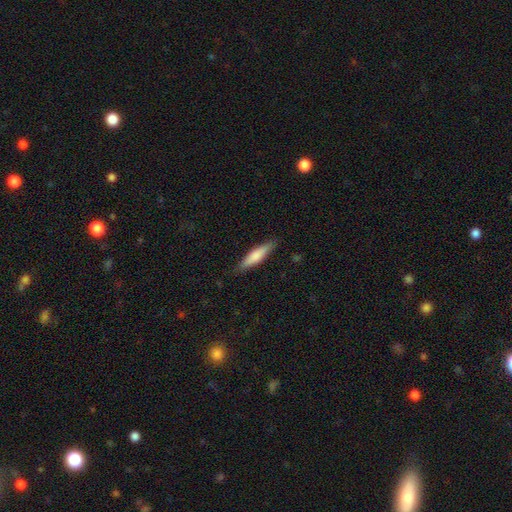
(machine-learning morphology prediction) Smooth or featured?
  - smooth: 67% *
  - featured or disk: 28%
  - star or artifact: 6%
How rounded?
  - cigar-shaped: 79% *
  - in between: 20%
  - round: 2%
Merging?
  - none: 86% *
  - minor disturbance: 10%
  - major disturbance: 2%
  - merger: 1%